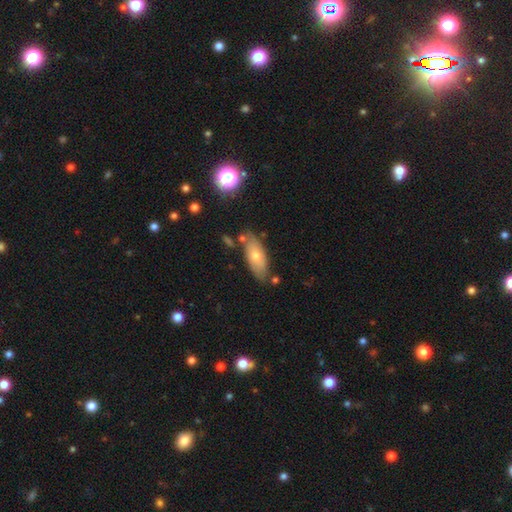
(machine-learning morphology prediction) smooth-or-featured: smooth: 65% | featured or disk: 28% | star or artifact: 7%
  how-rounded: in between: 81% | cigar-shaped: 16% | round: 3%
  merging: none: 70% | minor disturbance: 18% | merger: 8% | major disturbance: 4%